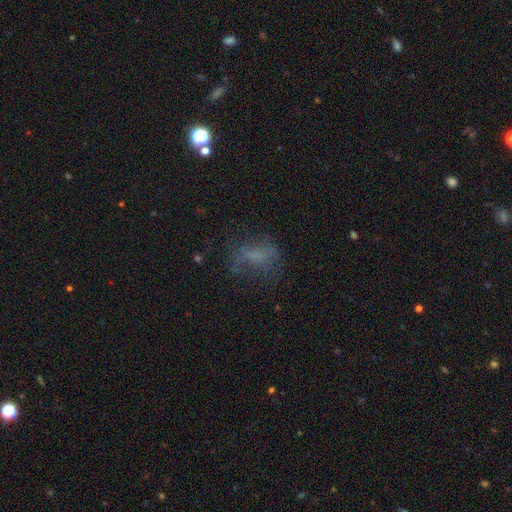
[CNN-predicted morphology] Smooth or featured? smooth (46%)
Merging? none (51%)